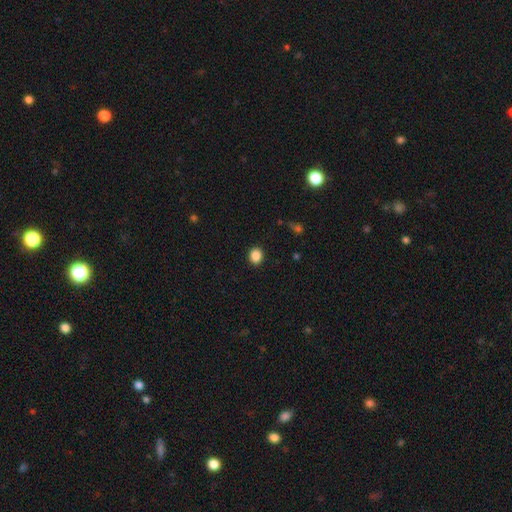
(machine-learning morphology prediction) smooth-or-featured: smooth: 87% | star or artifact: 10% | featured or disk: 3%
  how-rounded: round: 73% | in between: 26% | cigar-shaped: 1%
  merging: none: 90% | minor disturbance: 6% | major disturbance: 2% | merger: 1%